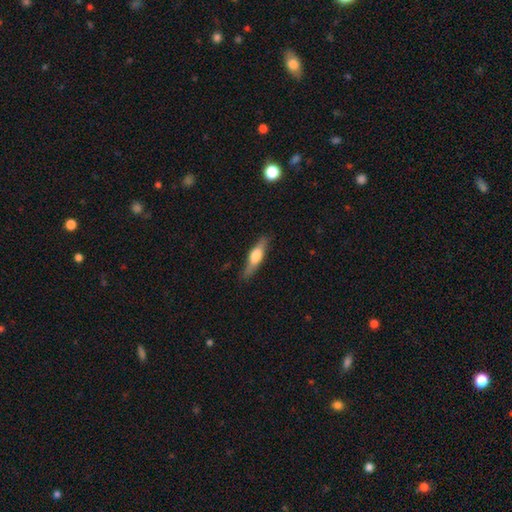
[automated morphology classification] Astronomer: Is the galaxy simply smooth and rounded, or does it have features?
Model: featured or disk — 49% (runner-up: smooth, 45%).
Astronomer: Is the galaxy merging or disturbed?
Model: none — 83%.